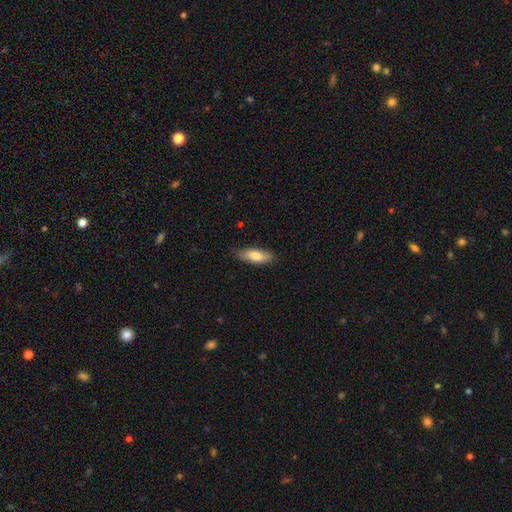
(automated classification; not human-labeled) Morphology: type=smooth (75%); roundness=in between (59%); merging=none (85%).